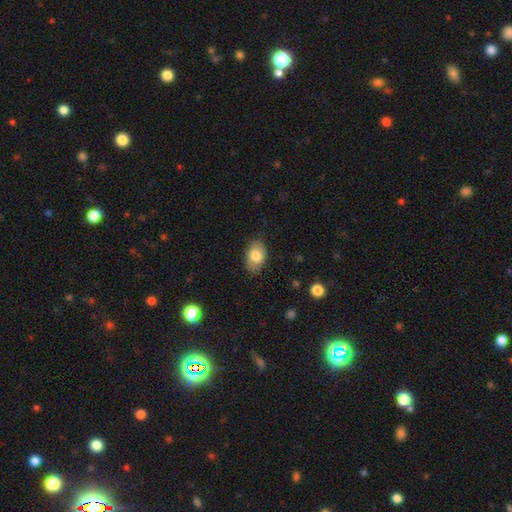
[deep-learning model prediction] Smooth or featured? smooth (80%)
How rounded? in between (88%)
Merging? none (83%)